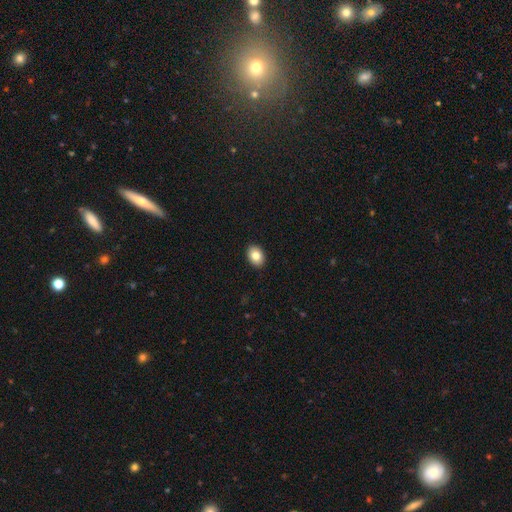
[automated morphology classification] This is clearly a smooth galaxy (83%). How rounded: likely in between (72%). Merging: clearly none (91%).